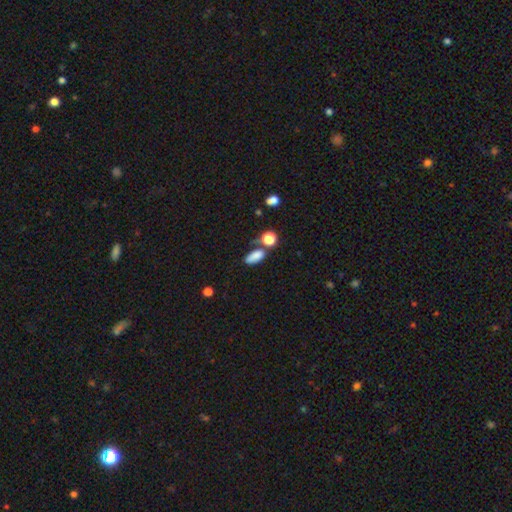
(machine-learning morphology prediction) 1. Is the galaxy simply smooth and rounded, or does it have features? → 81% smooth, 11% star or artifact, 8% featured or disk.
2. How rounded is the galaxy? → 82% in between, 10% round, 8% cigar-shaped.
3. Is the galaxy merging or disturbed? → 50% none, 22% merger, 19% minor disturbance, 9% major disturbance.